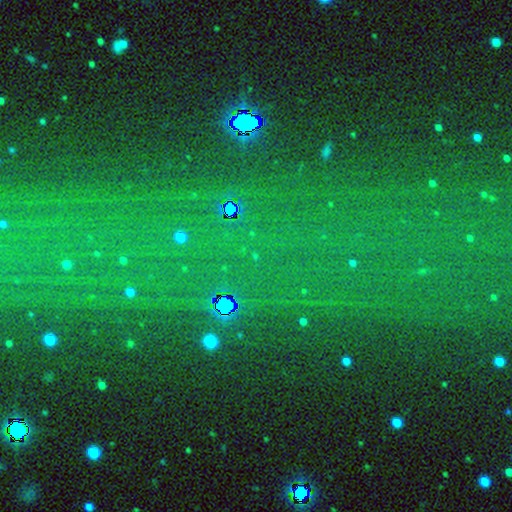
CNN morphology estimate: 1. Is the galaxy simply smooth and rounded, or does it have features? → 81% star or artifact, 11% smooth, 9% featured or disk.